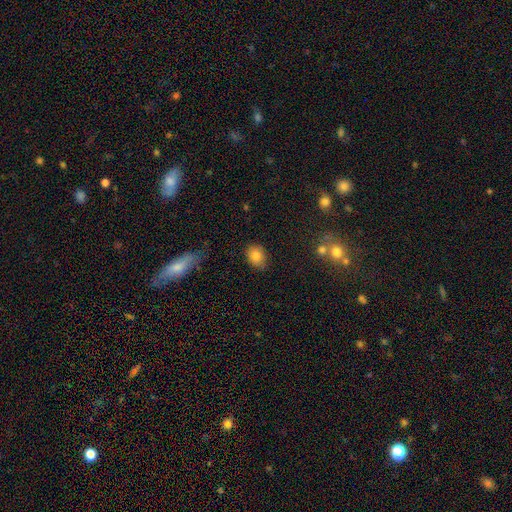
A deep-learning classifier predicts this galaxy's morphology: smooth-or-featured: smooth: 83% | star or artifact: 9% | featured or disk: 8%
  how-rounded: in between: 63% | round: 36% | cigar-shaped: 1%
  merging: none: 79% | minor disturbance: 16% | major disturbance: 3% | merger: 2%